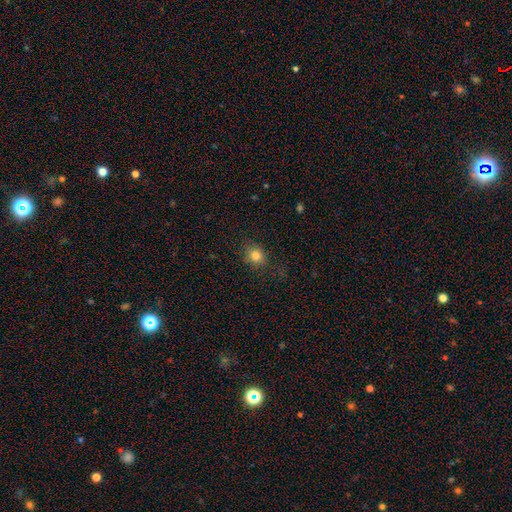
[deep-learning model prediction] Overall: smooth (80%). How rounded: round (72%). Merging: none (82%).